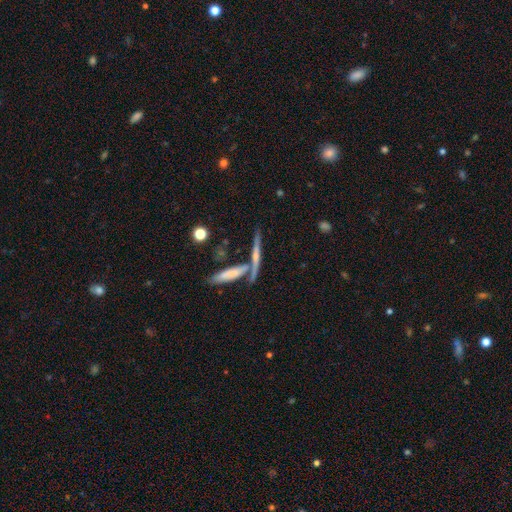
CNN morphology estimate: Smooth or featured? Predicted: featured or disk (p=0.59). Edge-on disk? Predicted: yes (p=0.91). Edge-on bulge? Predicted: rounded (p=0.47). Merging? Predicted: none (p=0.59).